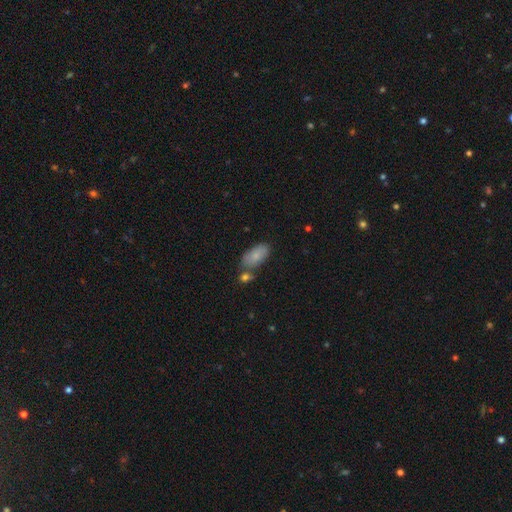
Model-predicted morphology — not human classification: smooth 82%, featured or disk 11%, star or artifact 7%. Down the decision tree: how rounded — in between (92%); merging — none (64%).